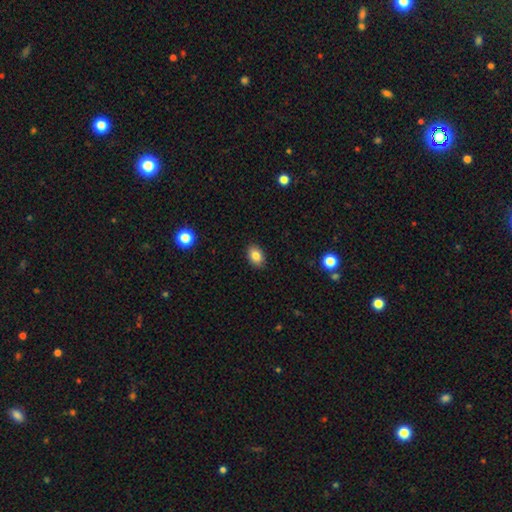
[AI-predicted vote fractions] Smooth or featured?
  - smooth: 84% *
  - star or artifact: 9%
  - featured or disk: 7%
How rounded?
  - in between: 79% *
  - round: 20%
  - cigar-shaped: 1%
Merging?
  - none: 89% *
  - minor disturbance: 8%
  - major disturbance: 2%
  - merger: 1%